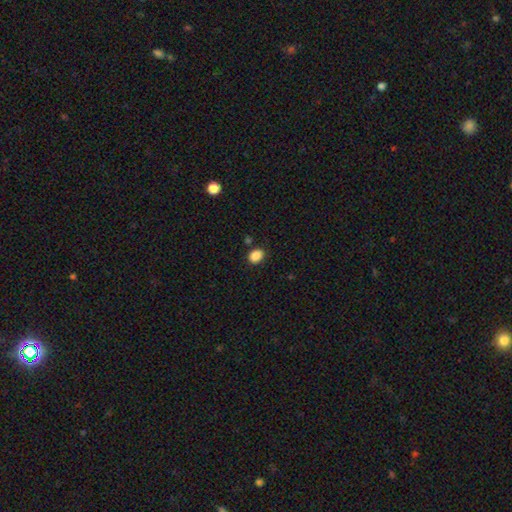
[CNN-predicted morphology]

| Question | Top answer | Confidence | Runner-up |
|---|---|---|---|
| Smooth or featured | smooth | 87% | star or artifact (10%) |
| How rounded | in between | 60% | round (39%) |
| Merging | none | 85% | minor disturbance (10%) |